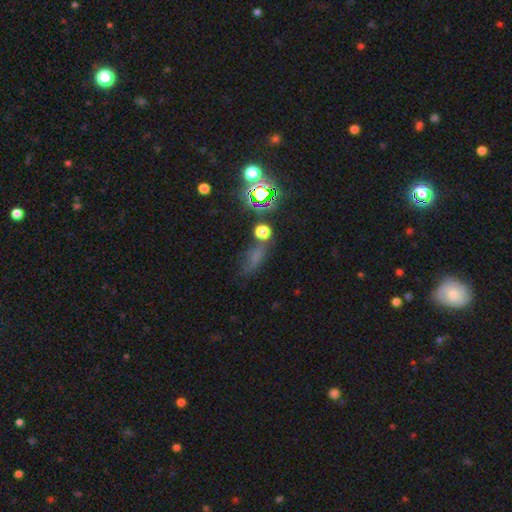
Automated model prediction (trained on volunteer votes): smooth_or_featured: smooth (p=0.47) [alt: star or artifact p=0.37]
merging: none (p=0.58) [alt: minor disturbance p=0.20]